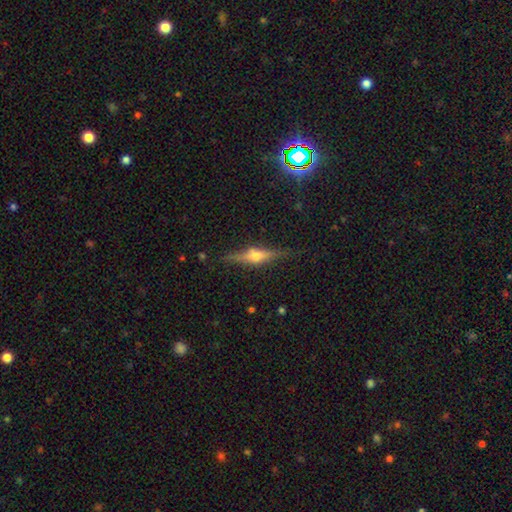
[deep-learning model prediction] Smooth or featured?
  - featured or disk: 68% *
  - smooth: 22%
  - star or artifact: 10%
Edge-on disk?
  - yes: 96% *
  - no: 4%
Edge-on bulge?
  - rounded: 89% *
  - boxy: 7%
  - none: 4%
Merging?
  - none: 84% *
  - minor disturbance: 11%
  - major disturbance: 3%
  - merger: 2%